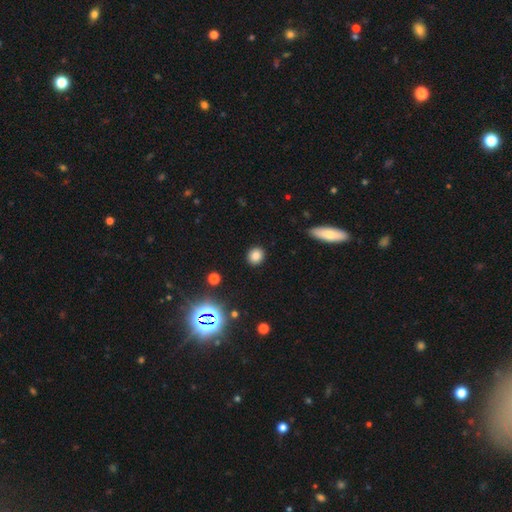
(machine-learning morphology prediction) This appears to be a smooth galaxy with no disk features (82%) that is round (76%). Merging: none (90%).